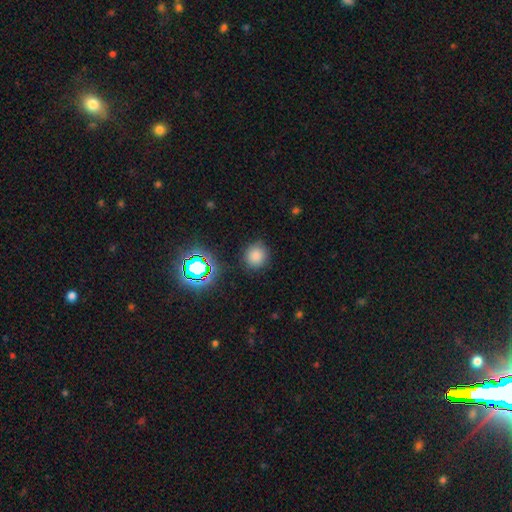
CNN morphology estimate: A smooth galaxy with no disk features (77%) that is round (87%).

Vote fractions:
- Smooth or featured? smooth: 77% / star or artifact: 17% / featured or disk: 5%
- How rounded? round: 87% / in between: 12% / cigar-shaped: 1%
- Merging? none: 85% / minor disturbance: 9% / major disturbance: 3% / merger: 2%